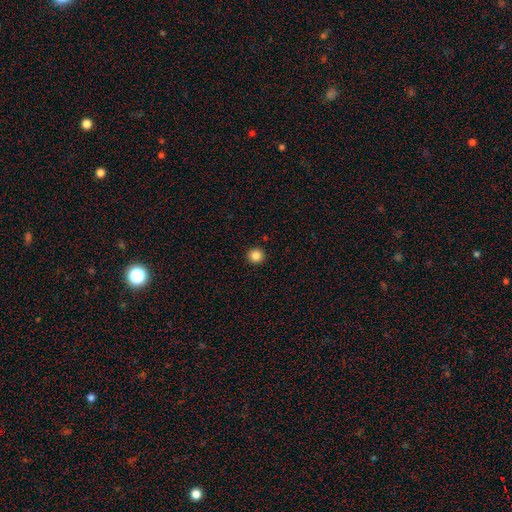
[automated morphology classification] Smooth or featured?
  - smooth: 85% *
  - star or artifact: 11%
  - featured or disk: 4%
How rounded?
  - round: 95% *
  - in between: 4%
  - cigar-shaped: 1%
Merging?
  - none: 93% *
  - minor disturbance: 4%
  - major disturbance: 1%
  - merger: 1%